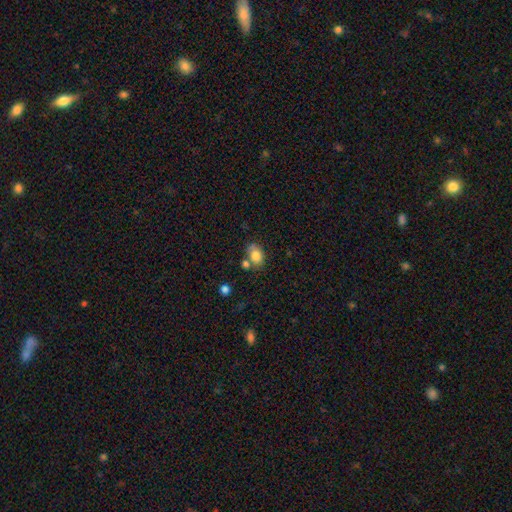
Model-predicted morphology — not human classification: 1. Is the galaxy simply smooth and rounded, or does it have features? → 80% smooth, 11% featured or disk, 9% star or artifact.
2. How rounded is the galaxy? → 74% in between, 25% round, 1% cigar-shaped.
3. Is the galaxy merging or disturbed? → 54% none, 21% merger, 19% minor disturbance, 6% major disturbance.